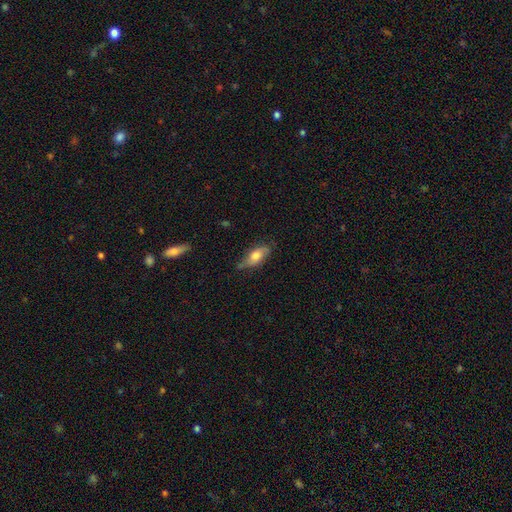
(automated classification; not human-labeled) smooth 63%, featured or disk 30%, star or artifact 7%. Down the decision tree: how rounded — in between (77%); merging — none (64%).